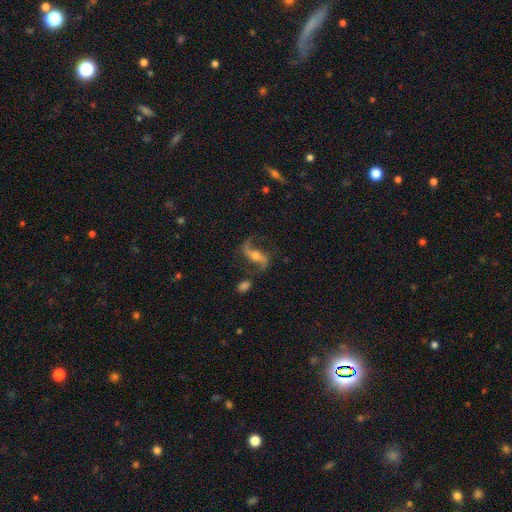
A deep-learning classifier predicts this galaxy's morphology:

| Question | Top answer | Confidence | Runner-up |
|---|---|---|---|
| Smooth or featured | featured or disk | 86% | smooth (8%) |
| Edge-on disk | no | 91% | yes (9%) |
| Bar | strong | 41% | weak (30%) |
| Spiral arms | yes | 95% | no (5%) |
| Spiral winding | loose | 74% | medium (20%) |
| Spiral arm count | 2 | 92% | 1 (3%) |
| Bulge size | moderate | 59% | small (31%) |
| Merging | none | 71% | minor disturbance (15%) |